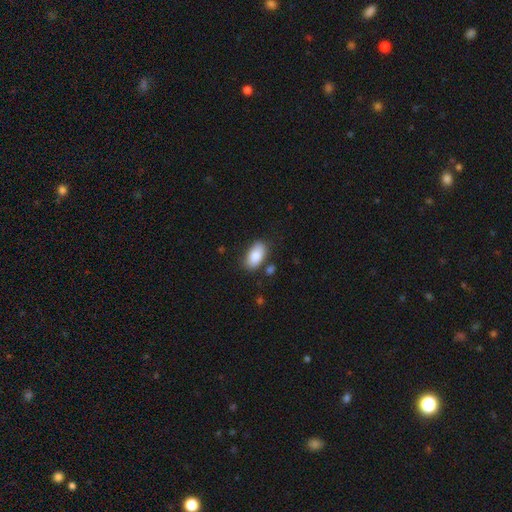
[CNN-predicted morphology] A smooth galaxy with no disk features (86%) that is in between round and cigar-shaped (94%). Merging: none (75%).